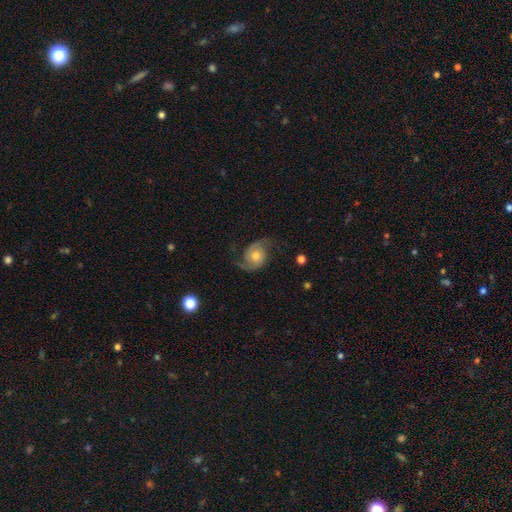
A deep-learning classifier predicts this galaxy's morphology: Q: Smooth or featured?
A: featured or disk (81%); runner-up: smooth (12%)
Q: Edge-on disk?
A: no (97%); runner-up: yes (3%)
Q: Bar?
A: no (73%); runner-up: weak (23%)
Q: Spiral arms?
A: yes (96%); runner-up: no (4%)
Q: Spiral winding?
A: medium (43%); runner-up: loose (42%)
Q: Spiral arm count?
A: 2 (91%); runner-up: can't tell (3%)
Q: Bulge size?
A: moderate (62%); runner-up: small (24%)
Q: Merging?
A: none (69%); runner-up: minor disturbance (19%)